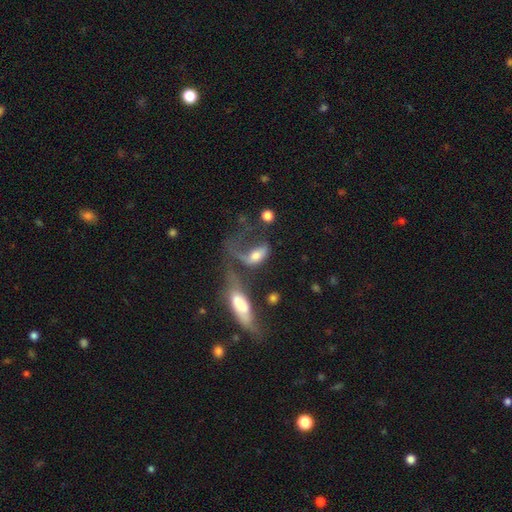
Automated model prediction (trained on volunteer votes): A smooth galaxy with no disk features (48%). Merging: merger (45%).